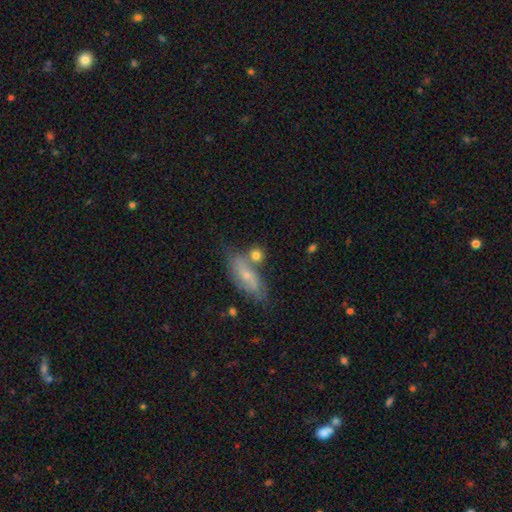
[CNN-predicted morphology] smooth 71%, featured or disk 21%, star or artifact 9%. Down the decision tree: how rounded — round (64%); merging — none (50%).